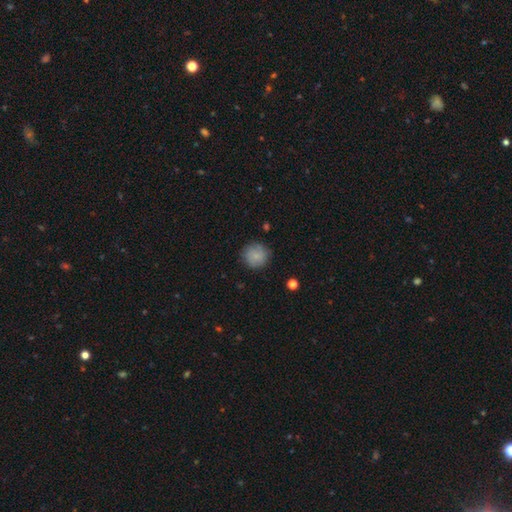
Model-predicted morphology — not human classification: Q: Smooth or featured?
A: smooth (82%); runner-up: featured or disk (10%)
Q: How rounded?
A: round (92%); runner-up: in between (7%)
Q: Merging?
A: none (83%); runner-up: minor disturbance (13%)